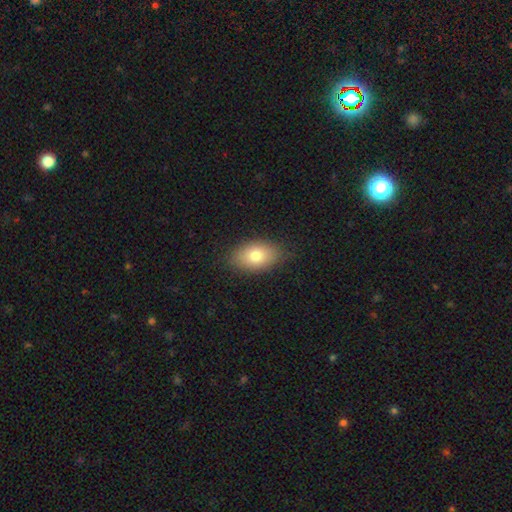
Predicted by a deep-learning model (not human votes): The model was most divided on "smooth or featured": smooth: 79%, featured or disk: 13%, star or artifact: 8%. More confident: how rounded — in between (89%); merging — none (84%).